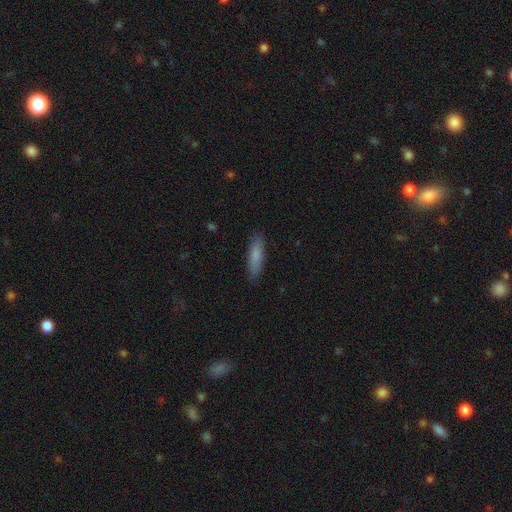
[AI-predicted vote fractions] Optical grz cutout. It shows a smooth galaxy with no disk features (80%) that is cigar-shaped (65%). Merging: none (87%).